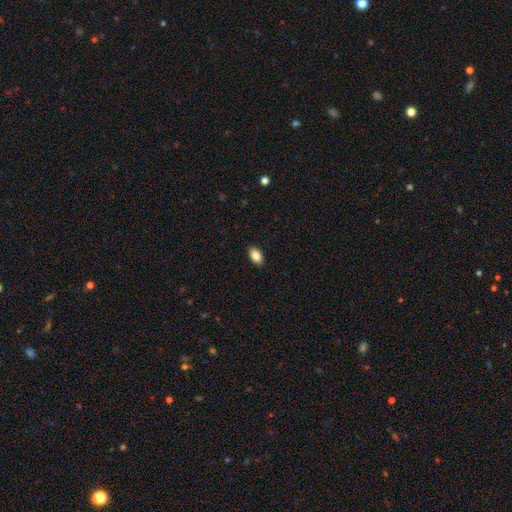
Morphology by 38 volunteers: smooth_or_featured: smooth (p=0.97) [alt: star or artifact p=0.03]
how_rounded: in between (p=0.81) [alt: round p=0.16]
merging: none (p=0.95) [alt: minor disturbance p=0.03]